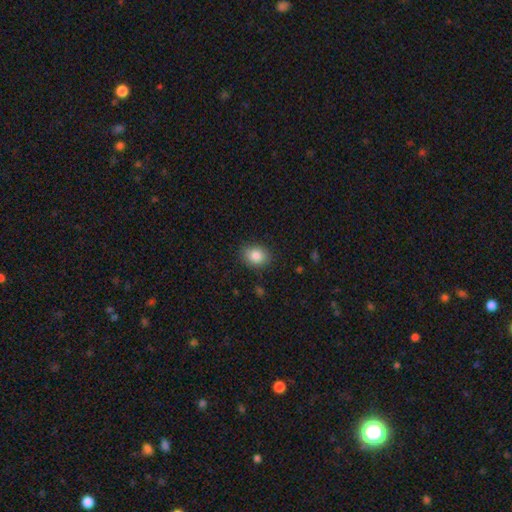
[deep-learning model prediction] smooth_or_featured: smooth (p=0.85) [alt: star or artifact p=0.09]
how_rounded: in between (p=0.51) [alt: round p=0.48]
merging: none (p=0.87) [alt: minor disturbance p=0.09]